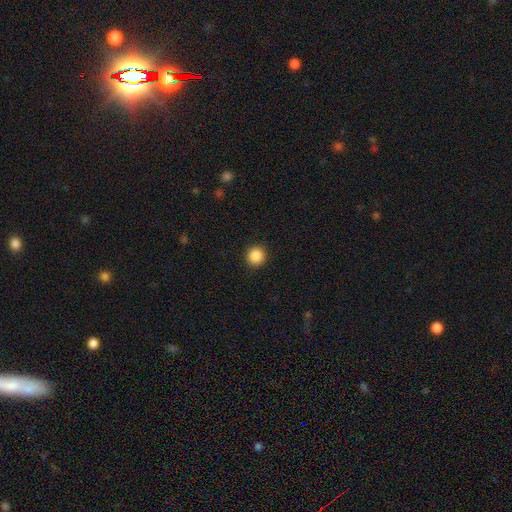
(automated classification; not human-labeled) The model was most divided on "smooth or featured": smooth: 88%, star or artifact: 9%, featured or disk: 3%. More confident: how rounded — round (93%); merging — none (92%).